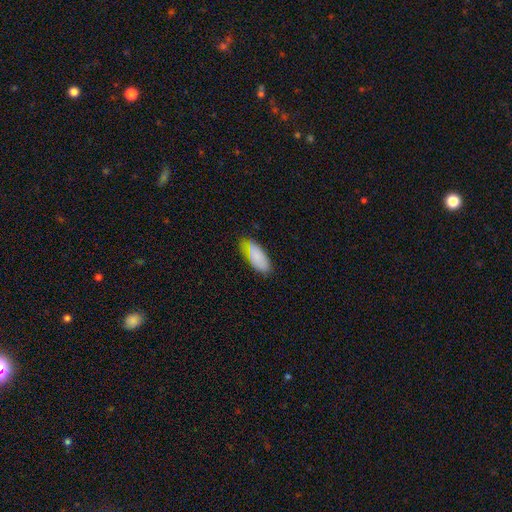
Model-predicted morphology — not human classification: This appears to be a smooth galaxy with no disk features (83%) that is in between round and cigar-shaped (85%). Merging: none (66%).